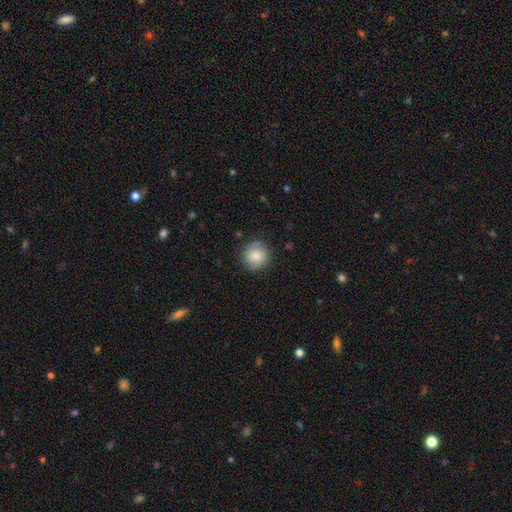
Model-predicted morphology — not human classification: This is clearly a smooth galaxy (84%). How rounded: clearly round (91%). Merging: clearly none (84%).